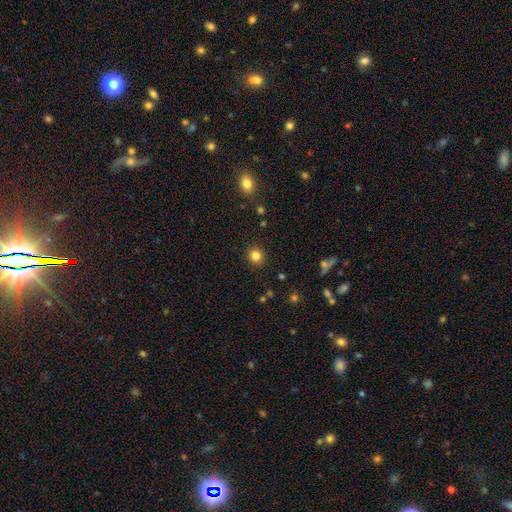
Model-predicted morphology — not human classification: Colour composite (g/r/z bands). It shows a smooth galaxy with no disk features (83%) that is round (85%). Merging: none (90%).